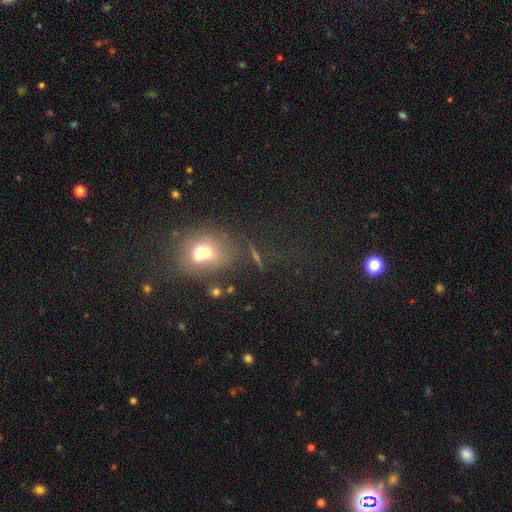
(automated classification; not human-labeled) A smooth galaxy with no disk features (49%). Merging: none (57%).